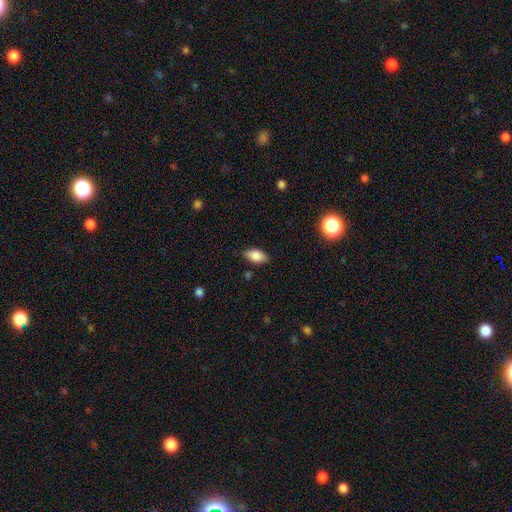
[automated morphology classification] A smooth galaxy with no disk features (84%) that is in between round and cigar-shaped (91%).

Vote fractions:
- Smooth or featured? smooth: 84% / featured or disk: 8% / star or artifact: 8%
- How rounded? in between: 91% / cigar-shaped: 5% / round: 4%
- Merging? none: 85% / minor disturbance: 11% / major disturbance: 2% / merger: 1%